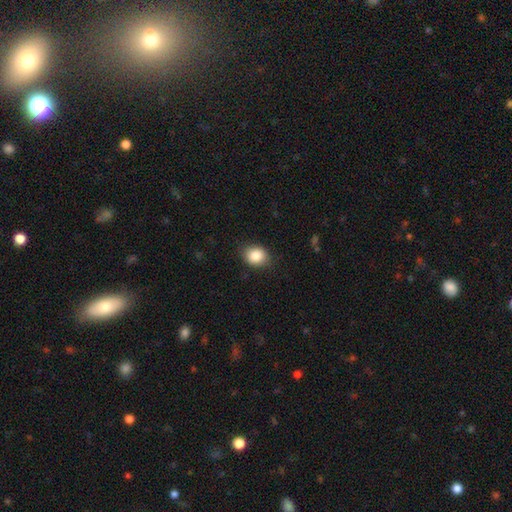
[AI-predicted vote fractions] smooth_or_featured: smooth (p=0.85) [alt: star or artifact p=0.09]
how_rounded: round (p=0.53) [alt: in between p=0.46]
merging: none (p=0.84) [alt: minor disturbance p=0.13]